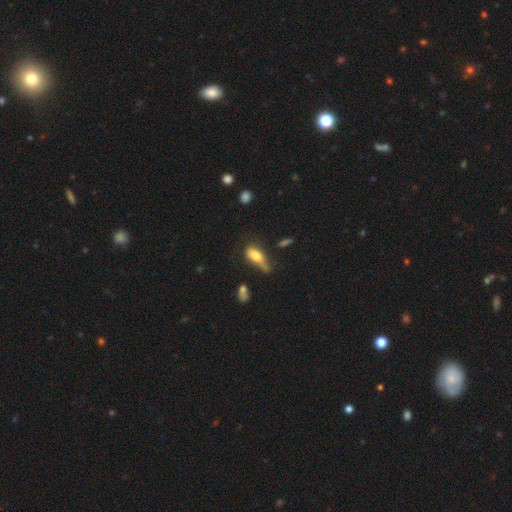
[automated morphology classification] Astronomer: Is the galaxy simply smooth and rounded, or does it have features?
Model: smooth — 68%.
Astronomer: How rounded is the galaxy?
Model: in between — 74%.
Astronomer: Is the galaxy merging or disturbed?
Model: minor disturbance — 33% (runner-up: major disturbance, 30%).